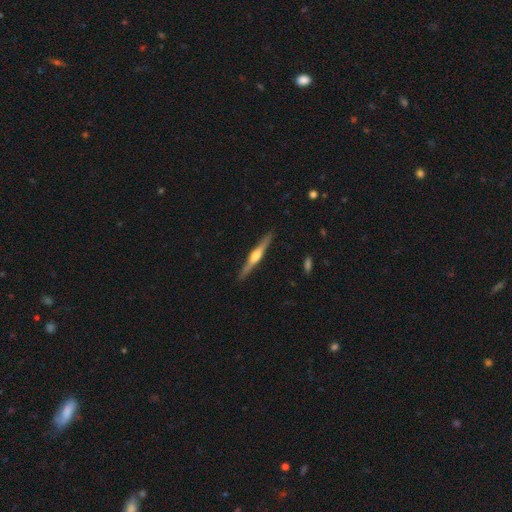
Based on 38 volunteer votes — featured or disk 66%, smooth 29%, star or artifact 5%. Down the decision tree: edge-on disk — yes (100%); edge-on bulge — rounded (84%); merging — none (86%).